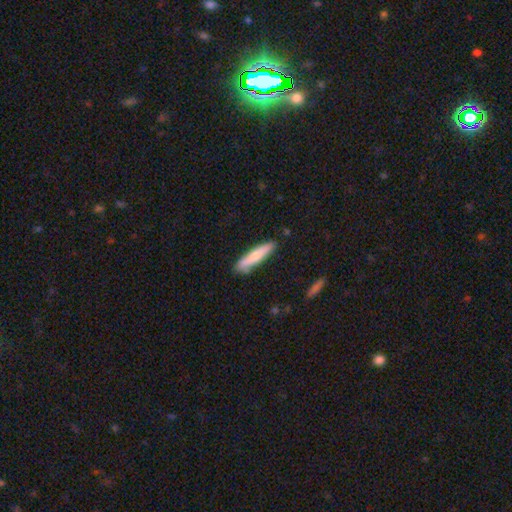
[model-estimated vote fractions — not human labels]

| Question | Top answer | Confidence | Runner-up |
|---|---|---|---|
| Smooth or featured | smooth | 68% | featured or disk (27%) |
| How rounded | cigar-shaped | 84% | in between (15%) |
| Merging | none | 83% | minor disturbance (12%) |